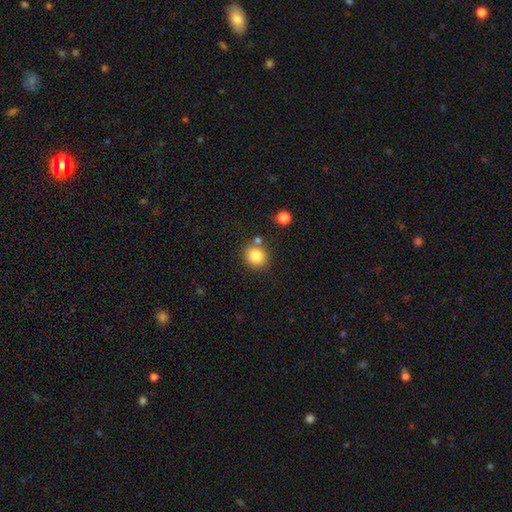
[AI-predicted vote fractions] smooth_or_featured: smooth (p=0.84) [alt: star or artifact p=0.10]
how_rounded: round (p=0.86) [alt: in between p=0.13]
merging: none (p=0.77) [alt: merger p=0.11]